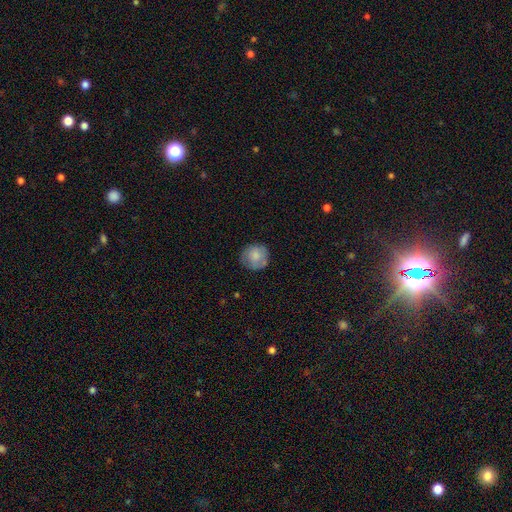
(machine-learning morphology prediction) type=smooth (73%); roundness=round (90%); merging=none (75%).